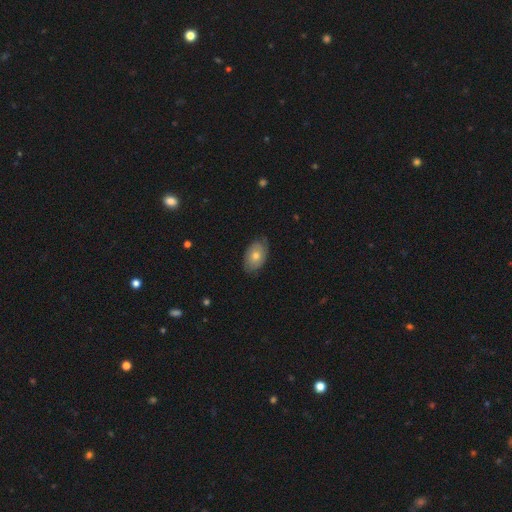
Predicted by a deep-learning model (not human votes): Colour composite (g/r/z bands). It shows a smooth galaxy with no disk features (51%) that is in between round and cigar-shaped (87%). Merging: none (73%).